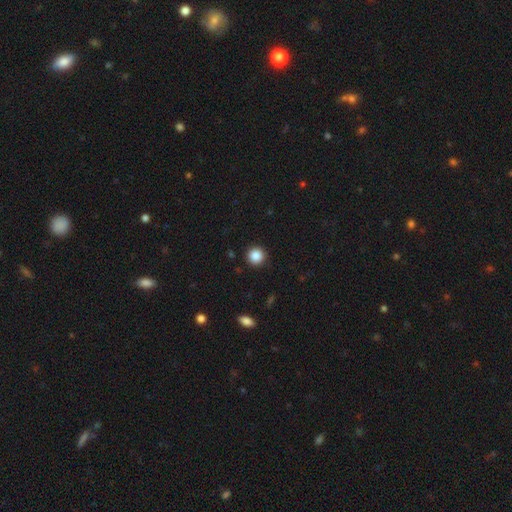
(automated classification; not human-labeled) Smooth or featured: smooth — 87% (star or artifact — 10%)
How rounded: round — 95% (in between — 4%)
Merging: none — 91% (minor disturbance — 6%)